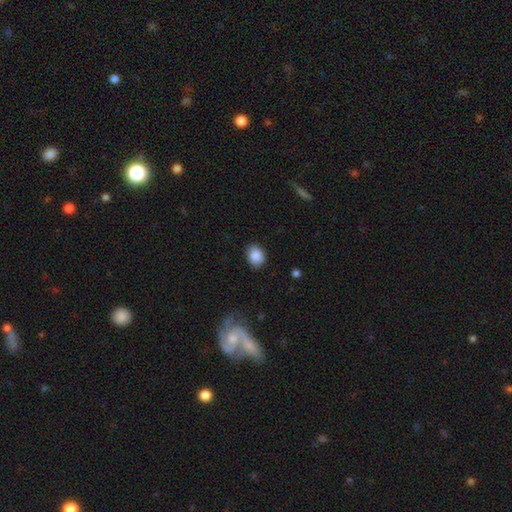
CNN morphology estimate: smooth 87%, star or artifact 8%, featured or disk 5%. Down the decision tree: how rounded — in between (64%); merging — none (85%).